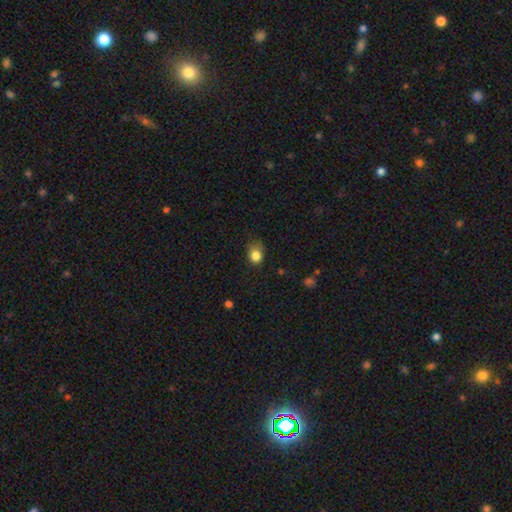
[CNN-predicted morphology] A smooth galaxy with no disk features (83%) that is round (66%).

Vote fractions:
- Smooth or featured? smooth: 83% / star or artifact: 11% / featured or disk: 6%
- How rounded? round: 66% / in between: 33% / cigar-shaped: 1%
- Merging? none: 58% / minor disturbance: 32% / major disturbance: 9% / merger: 2%